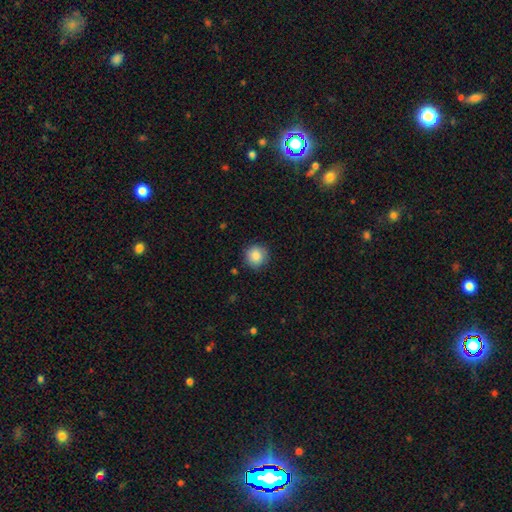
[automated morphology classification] This is clearly a smooth galaxy (87%). How rounded: clearly round (93%). Merging: clearly none (86%).